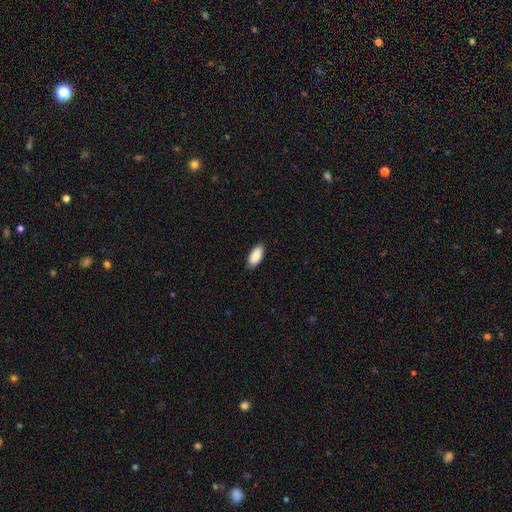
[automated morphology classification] Overall: smooth (89%). How rounded: in between (92%). Merging: none (85%).